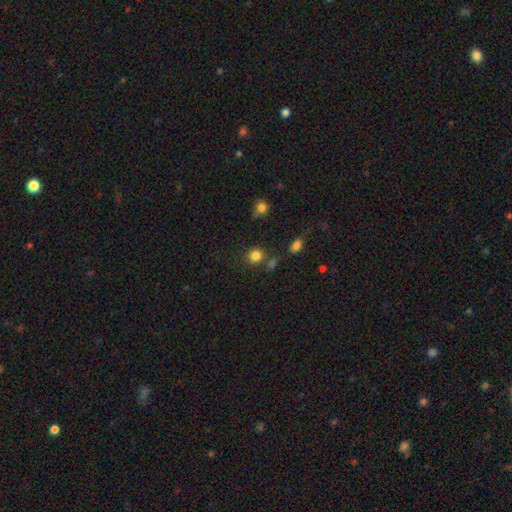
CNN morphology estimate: smooth_or_featured: smooth (p=0.83) [alt: star or artifact p=0.12]
how_rounded: round (p=0.87) [alt: in between p=0.12]
merging: none (p=0.76) [alt: minor disturbance p=0.10]